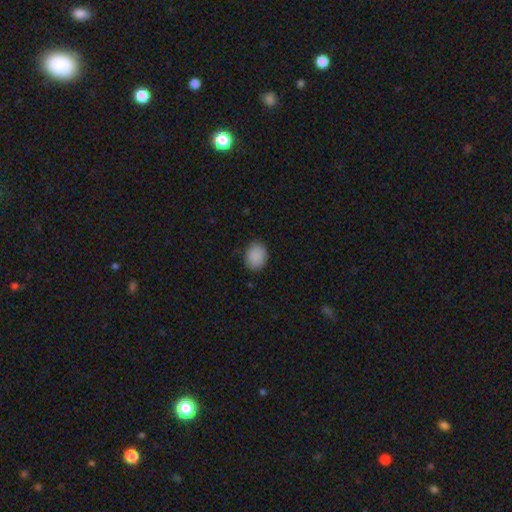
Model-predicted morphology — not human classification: Smooth or featured? smooth (88%)
How rounded? round (51%)
Merging? none (84%)